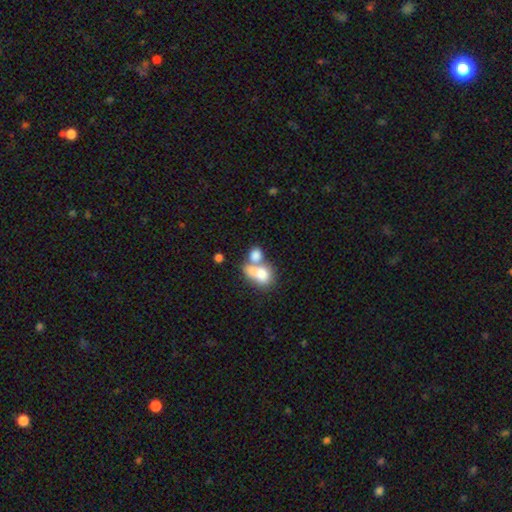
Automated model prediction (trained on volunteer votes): A smooth galaxy with no disk features (74%) that is in between round and cigar-shaped (64%).

Vote fractions:
- Smooth or featured? smooth: 74% / featured or disk: 17% / star or artifact: 9%
- How rounded? in between: 64% / round: 33% / cigar-shaped: 3%
- Merging? merger: 66% / none: 20% / minor disturbance: 7% / major disturbance: 7%